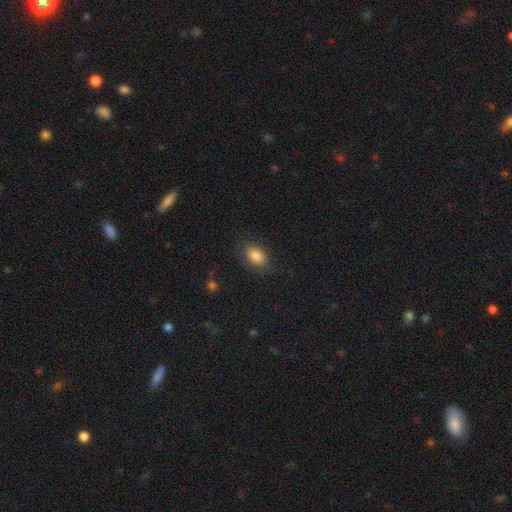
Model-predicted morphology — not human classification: type=smooth (85%); roundness=in between (86%); merging=none (80%).